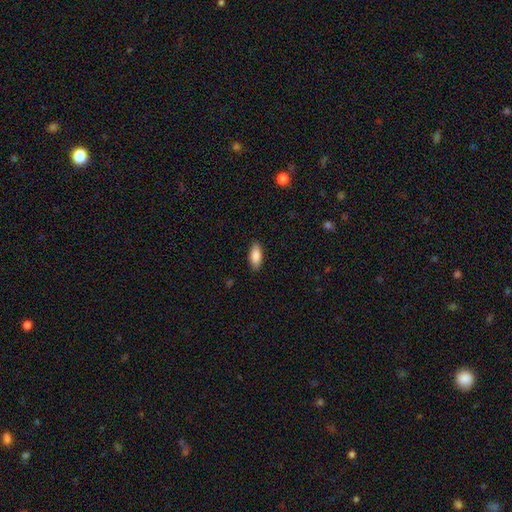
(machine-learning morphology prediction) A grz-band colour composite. It shows a smooth galaxy with no disk features (87%) that is in between round and cigar-shaped (80%). Merging: none (88%).